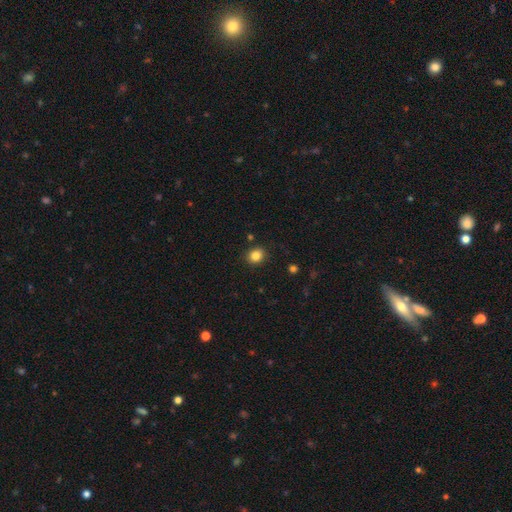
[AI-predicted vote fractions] Q: Smooth or featured?
A: smooth (84%); runner-up: star or artifact (11%)
Q: How rounded?
A: round (69%); runner-up: in between (30%)
Q: Merging?
A: none (88%); runner-up: minor disturbance (9%)